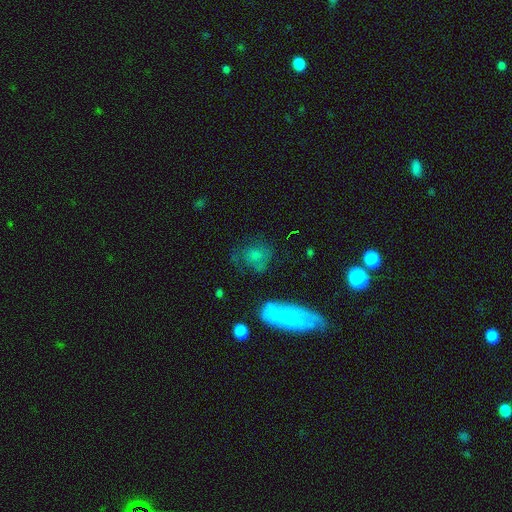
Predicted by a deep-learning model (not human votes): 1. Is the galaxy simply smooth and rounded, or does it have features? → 61% smooth, 24% featured or disk, 15% star or artifact.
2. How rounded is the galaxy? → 60% round, 36% in between, 4% cigar-shaped.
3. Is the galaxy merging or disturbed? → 53% none, 22% minor disturbance, 18% major disturbance, 7% merger.